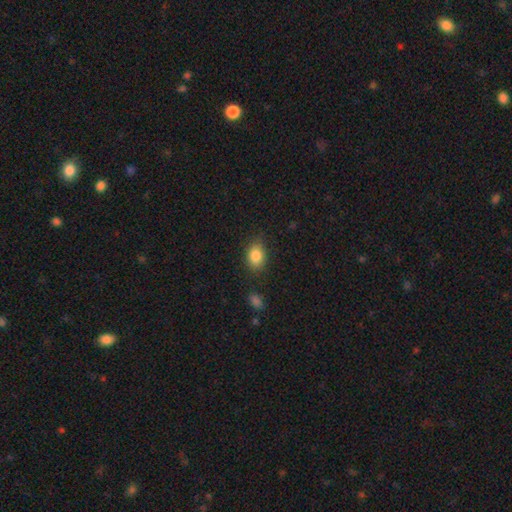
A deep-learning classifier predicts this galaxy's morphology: The model was most divided on "how rounded": in between: 71%, round: 28%, cigar-shaped: 1%. More confident: smooth or featured — smooth (84%); merging — none (77%).